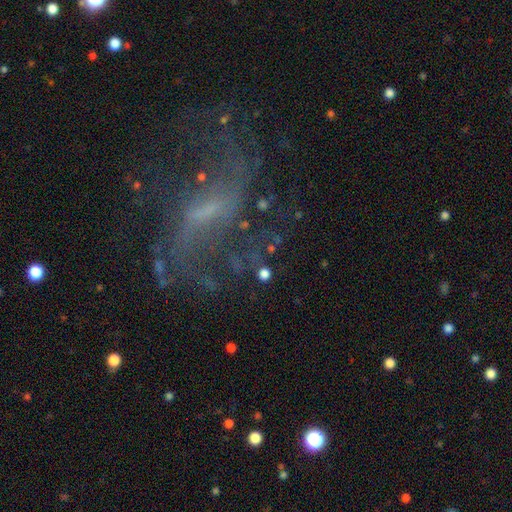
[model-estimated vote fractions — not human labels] smooth-or-featured: featured or disk: 76% | star or artifact: 14% | smooth: 10%
  disk-edge-on: no: 94% | yes: 6%
    bar: weak: 48% | strong: 31% | no: 20%
    has-spiral-arms: yes: 82% | no: 18%
      spiral-winding: loose: 67% | medium: 25% | tight: 8%
      spiral-arm-count: 2: 64% | can't tell: 18% | 1: 6% | 3: 5% | 4: 4% | more than 4: 3%
    bulge-size: small: 44% | none: 32% | moderate: 19% | large: 3% | dominant: 1%
  merging: none: 56% | major disturbance: 24% | minor disturbance: 16% | merger: 4%